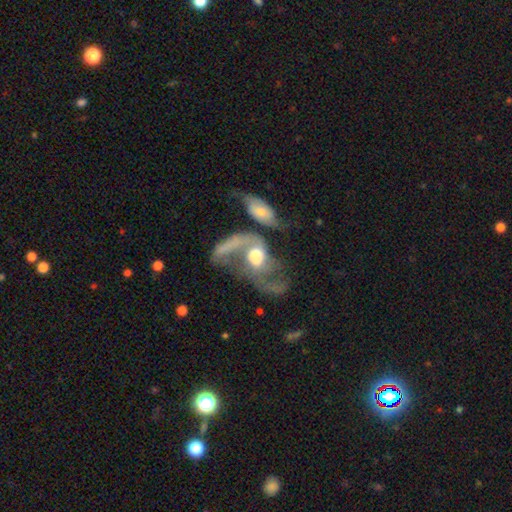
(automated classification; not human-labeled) Smooth or featured? Predicted: featured or disk (p=0.76). Edge-on disk? Predicted: no (p=0.96). Bar? Predicted: no (p=0.59). Spiral arms? Predicted: yes (p=0.84). Spiral winding? Predicted: loose (p=0.65). Spiral arm count? Predicted: 2 (p=0.71). Bulge size? Predicted: moderate (p=0.48). Merging? Predicted: merger (p=0.51).